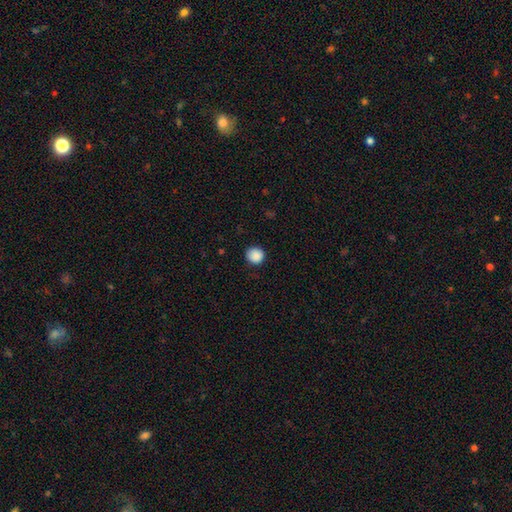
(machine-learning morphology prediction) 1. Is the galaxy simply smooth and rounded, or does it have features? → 89% smooth, 9% star or artifact, 2% featured or disk.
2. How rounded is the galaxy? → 91% round, 8% in between, 1% cigar-shaped.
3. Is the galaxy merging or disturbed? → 87% none, 10% minor disturbance, 2% major disturbance, 1% merger.